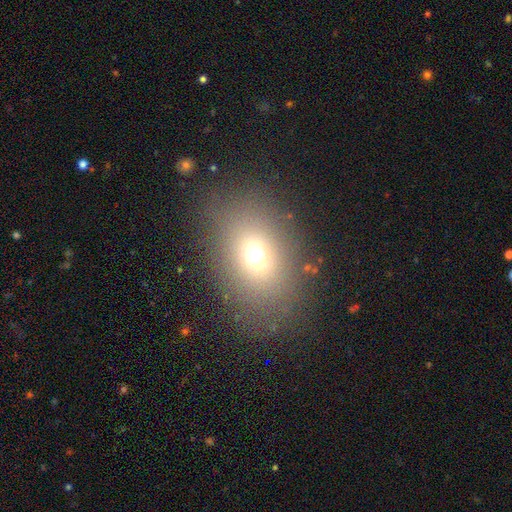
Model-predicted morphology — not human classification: The model was most divided on "how rounded": in between: 57%, round: 41%, cigar-shaped: 2%. More confident: merging — none (81%); smooth or featured — smooth (67%).